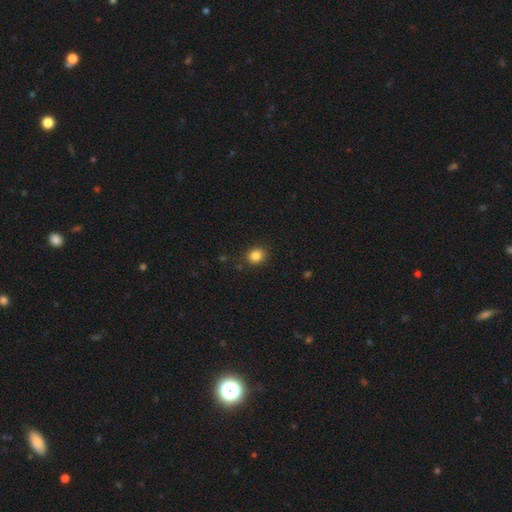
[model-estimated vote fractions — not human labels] smooth 85%, star or artifact 11%, featured or disk 4%. Down the decision tree: how rounded — round (75%); merging — none (87%).